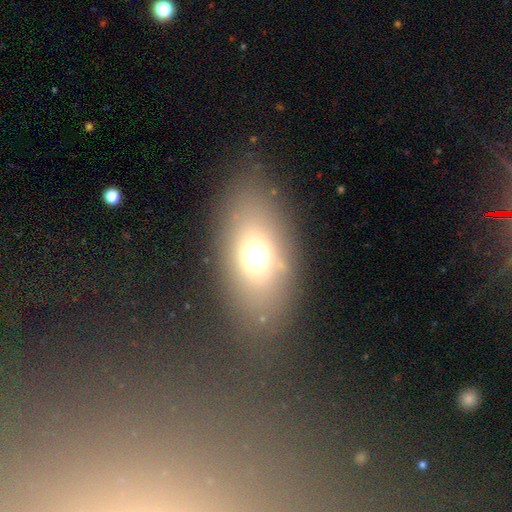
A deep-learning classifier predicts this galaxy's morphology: Overall: smooth (63%). How rounded: in between (81%). Merging: none (79%).